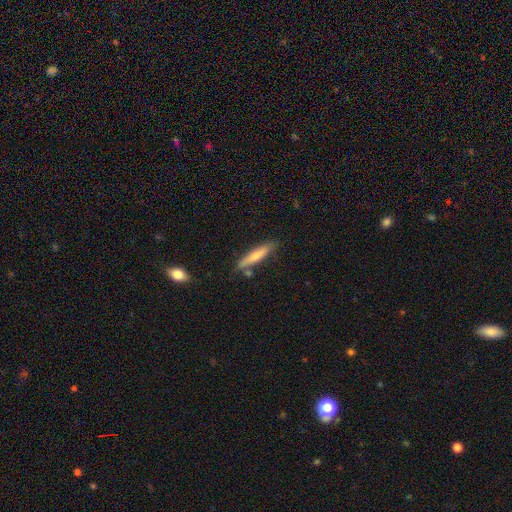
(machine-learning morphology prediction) smooth_or_featured: smooth (p=0.59) [alt: featured or disk p=0.34]
how_rounded: cigar-shaped (p=0.88) [alt: in between p=0.11]
merging: none (p=0.76) [alt: minor disturbance p=0.15]